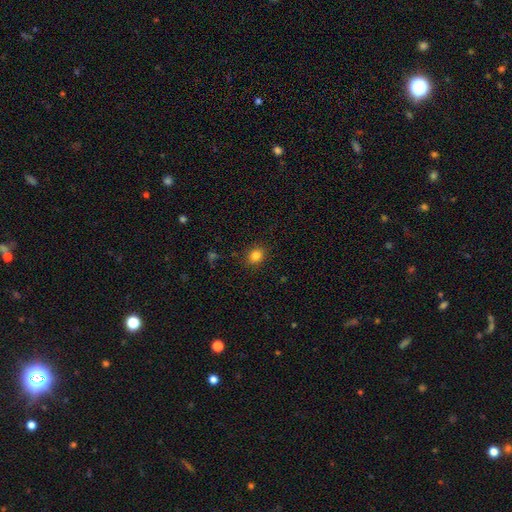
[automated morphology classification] A smooth galaxy with no disk features (84%) that is round (64%). Merging: none (89%).